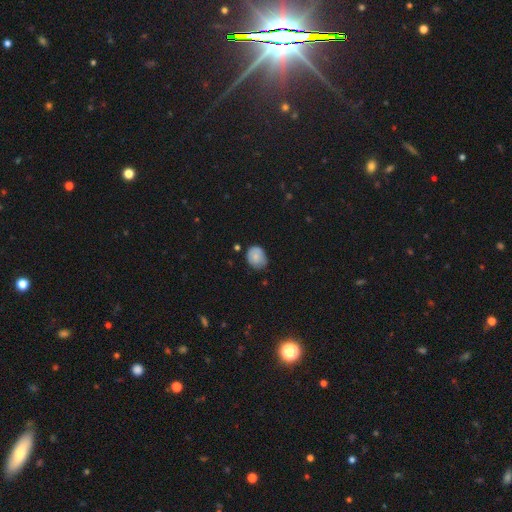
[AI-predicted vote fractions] Morphology: type=smooth (78%); roundness=in between (50%); merging=none (62%).